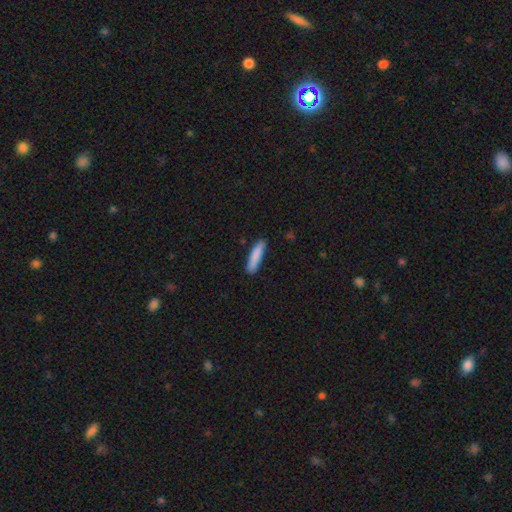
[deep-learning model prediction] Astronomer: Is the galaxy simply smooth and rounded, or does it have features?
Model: smooth — 85%.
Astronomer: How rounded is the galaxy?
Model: cigar-shaped — 83%.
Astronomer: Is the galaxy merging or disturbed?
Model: none — 84%.